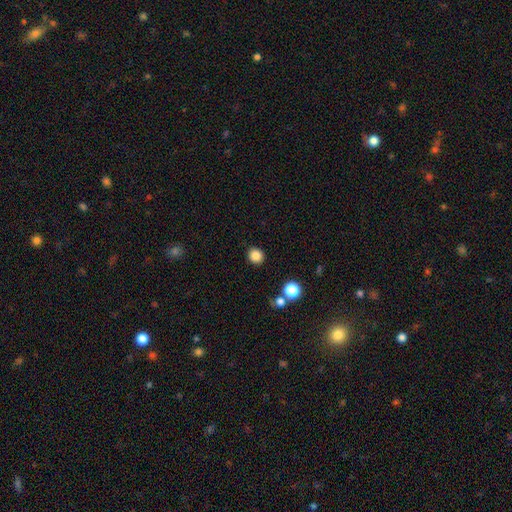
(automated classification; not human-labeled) This appears to be a smooth galaxy with no disk features (85%) that is round (88%). Merging: none (90%).